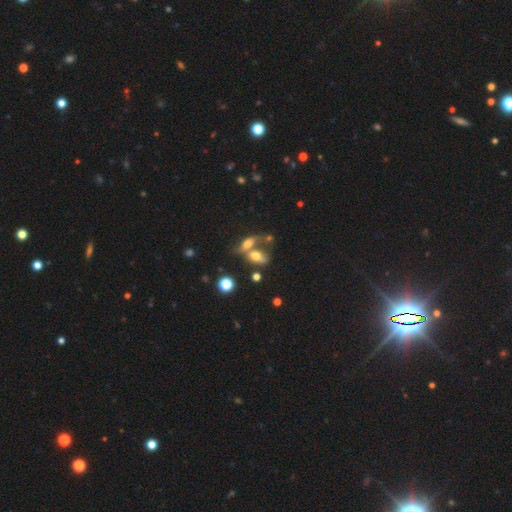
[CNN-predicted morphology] This is possibly a smooth galaxy (56%). How rounded: likely in between (75%). Merging: possibly merger (58%).